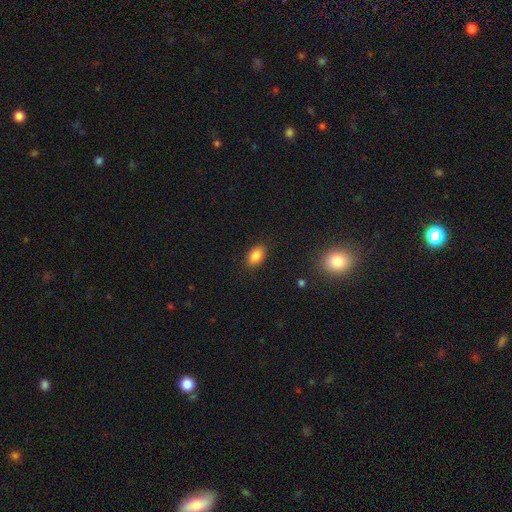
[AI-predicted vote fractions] This is clearly a smooth galaxy (85%). How rounded: clearly in between (89%). Merging: clearly none (87%).